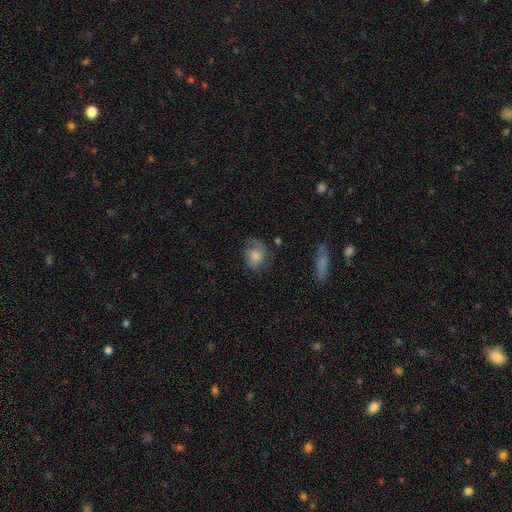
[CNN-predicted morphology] Smooth or featured? Predicted: smooth (p=0.63). How rounded? Predicted: round (p=0.54). Merging? Predicted: none (p=0.54).